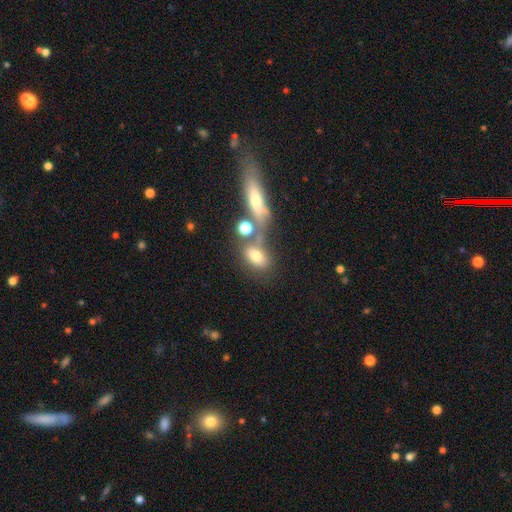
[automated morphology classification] smooth_or_featured: smooth (p=0.70) [alt: featured or disk p=0.18]
how_rounded: in between (p=0.74) [alt: round p=0.18]
merging: none (p=0.42) [alt: merger p=0.35]